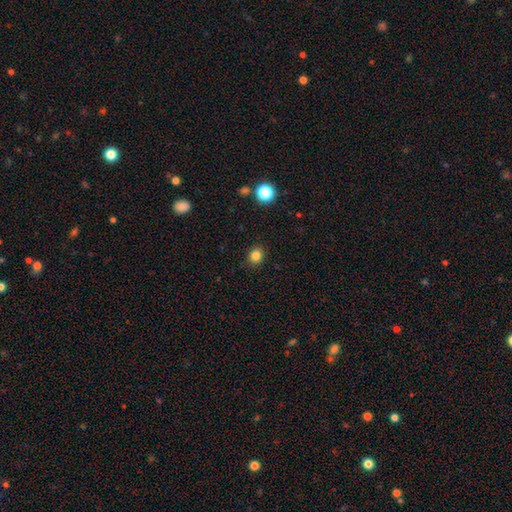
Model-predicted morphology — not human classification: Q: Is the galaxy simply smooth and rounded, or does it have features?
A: smooth — 83%.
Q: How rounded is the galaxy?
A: round — 73%.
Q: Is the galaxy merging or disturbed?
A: none — 90%.